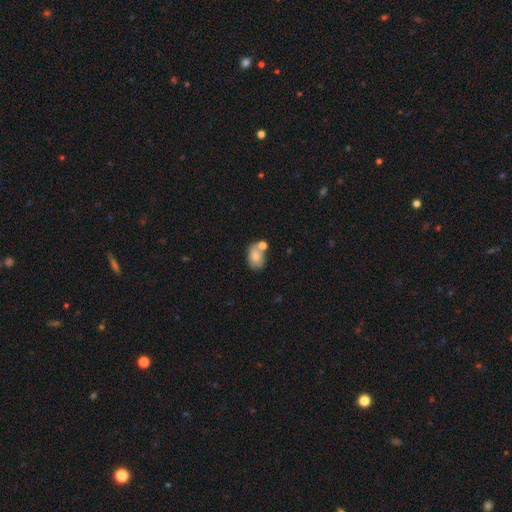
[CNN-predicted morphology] A smooth galaxy with no disk features (77%) that is in between round and cigar-shaped (80%).

Vote fractions:
- Smooth or featured? smooth: 77% / featured or disk: 14% / star or artifact: 9%
- How rounded? in between: 80% / round: 19% / cigar-shaped: 1%
- Merging? none: 43% / merger: 31% / minor disturbance: 19% / major disturbance: 7%